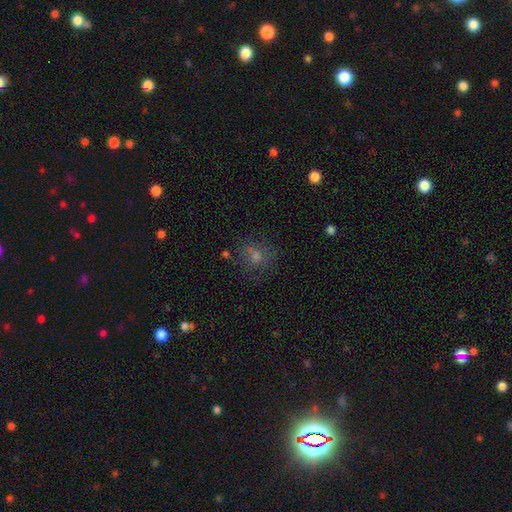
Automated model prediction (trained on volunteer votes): Morphology: type=smooth (54%); roundness=round (70%); merging=none (70%).